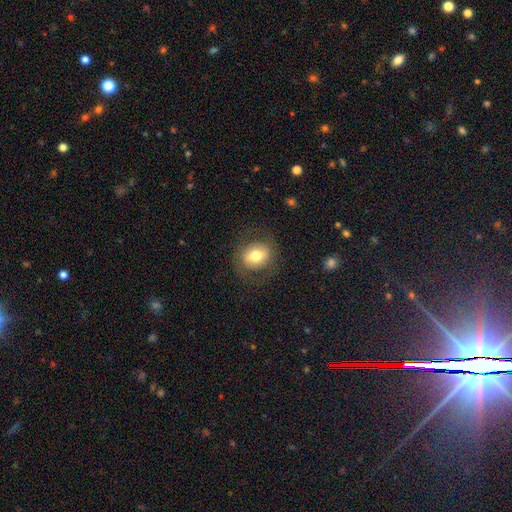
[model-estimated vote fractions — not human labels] Q: Smooth or featured?
A: smooth (67%); runner-up: featured or disk (25%)
Q: How rounded?
A: round (58%); runner-up: in between (41%)
Q: Merging?
A: none (78%); runner-up: minor disturbance (13%)